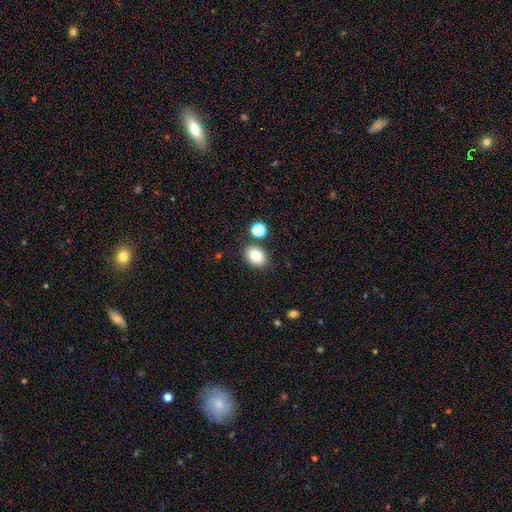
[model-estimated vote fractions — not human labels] Morphology: type=smooth (83%); roundness=in between (74%); merging=none (81%).